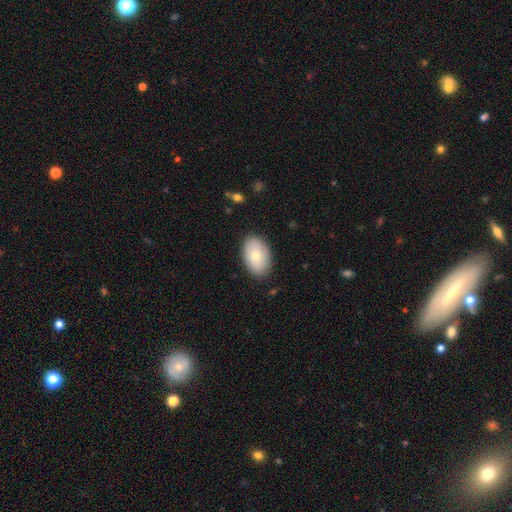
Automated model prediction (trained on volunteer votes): Smooth or featured? smooth (75%)
How rounded? in between (91%)
Merging? none (86%)